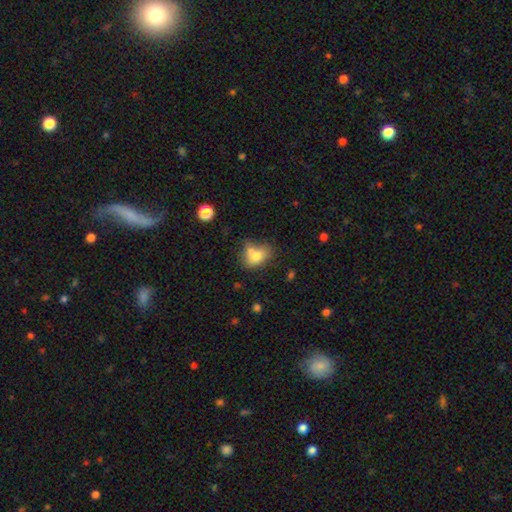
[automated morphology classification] type=smooth (73%); roundness=in between (63%); merging=none (42%).